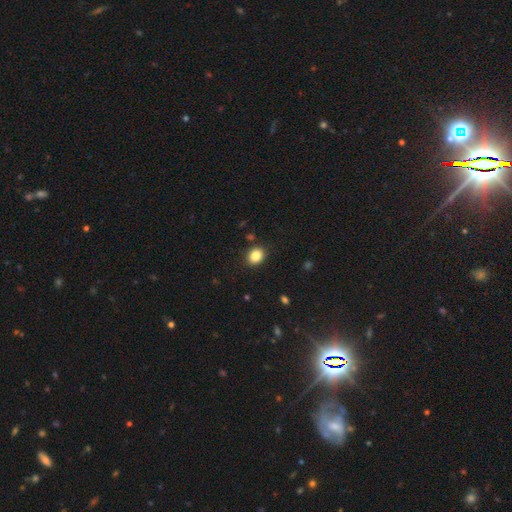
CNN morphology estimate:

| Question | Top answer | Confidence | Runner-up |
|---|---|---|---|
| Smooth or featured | smooth | 86% | star or artifact (10%) |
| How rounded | round | 56% | in between (43%) |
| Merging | none | 88% | minor disturbance (8%) |